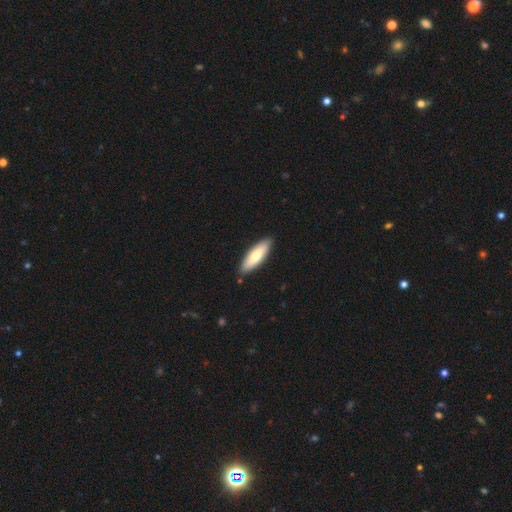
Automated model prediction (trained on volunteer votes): A smooth galaxy with no disk features (69%) that is in between round and cigar-shaped (52%). Merging: none (88%).